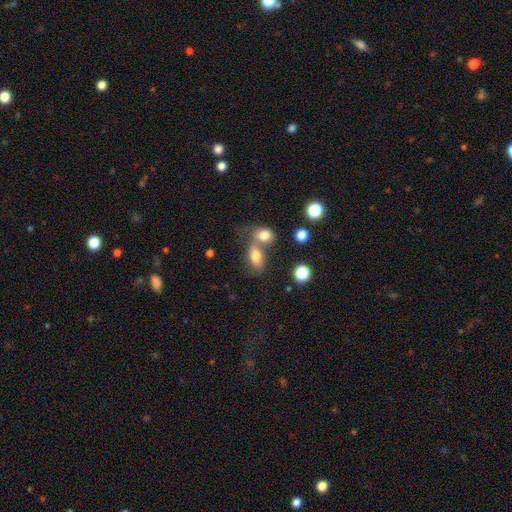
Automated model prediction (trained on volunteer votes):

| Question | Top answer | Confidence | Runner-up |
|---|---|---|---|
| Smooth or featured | smooth | 76% | featured or disk (14%) |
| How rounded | in between | 82% | round (14%) |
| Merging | merger | 51% | none (33%) |